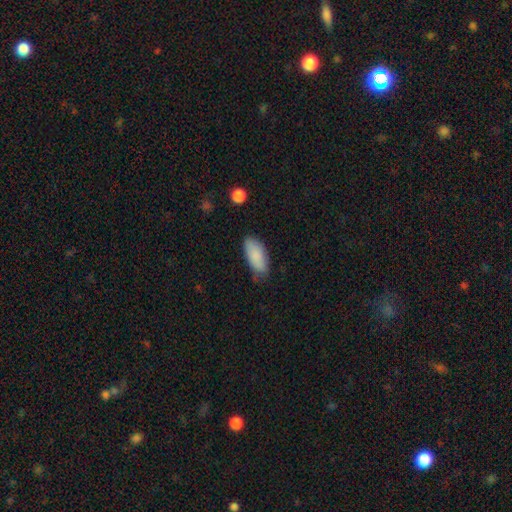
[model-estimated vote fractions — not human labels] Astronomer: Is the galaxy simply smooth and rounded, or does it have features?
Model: smooth — 87%.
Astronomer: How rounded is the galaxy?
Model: in between — 88%.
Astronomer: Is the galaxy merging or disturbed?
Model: none — 74%.